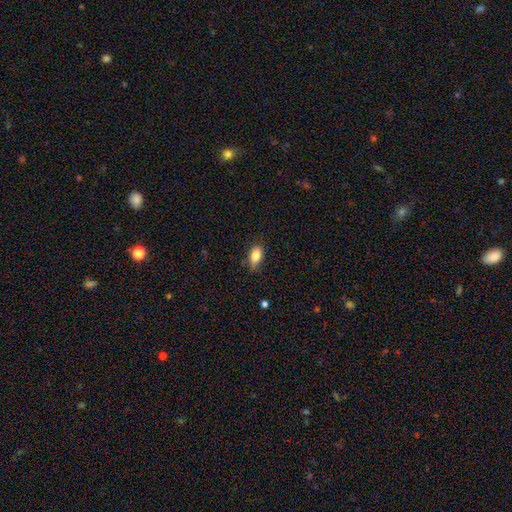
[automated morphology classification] A smooth galaxy with no disk features (82%) that is in between round and cigar-shaped (87%).

Vote fractions:
- Smooth or featured? smooth: 82% / featured or disk: 10% / star or artifact: 8%
- How rounded? in between: 87% / cigar-shaped: 7% / round: 6%
- Merging? none: 73% / minor disturbance: 22% / major disturbance: 4% / merger: 2%